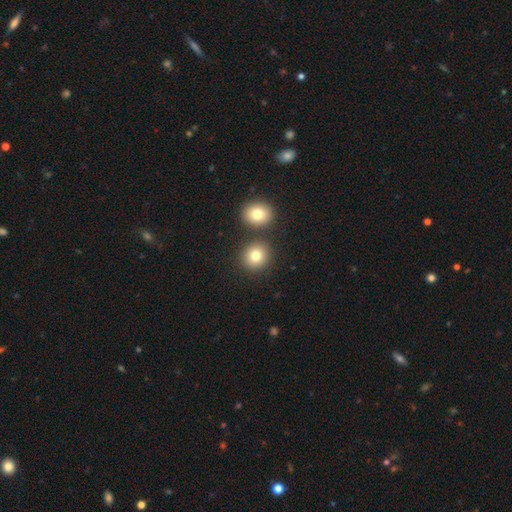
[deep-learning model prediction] The model was most divided on "merging": none: 78%, merger: 12%, minor disturbance: 7%, major disturbance: 3%. More confident: how rounded — round (84%); smooth or featured — smooth (80%).